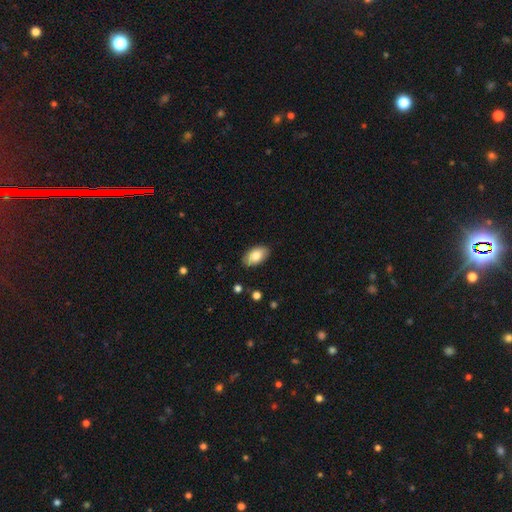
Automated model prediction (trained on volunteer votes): Morphology: type=smooth (83%); roundness=in between (94%); merging=none (87%).